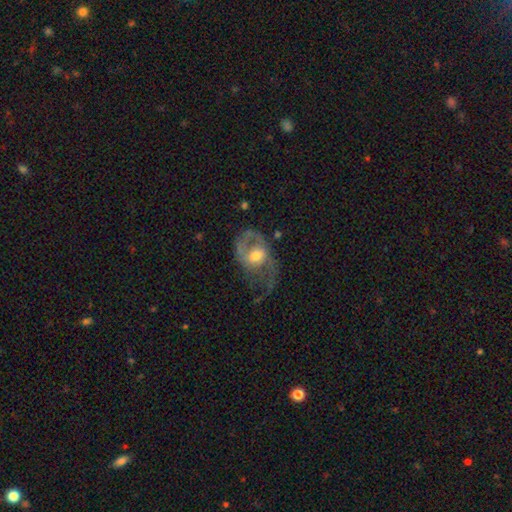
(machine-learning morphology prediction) type=featured or disk (74%); edge-on=no (96%); bar=no (56%); spiral arms=yes (79%); winding=medium (45%); arm count=2 (64%); bulge=moderate (67%); merging=none (45%).